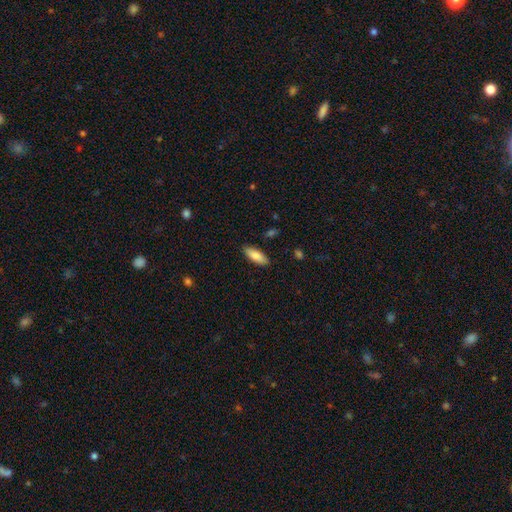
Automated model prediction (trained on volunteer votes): Smooth or featured?
  - smooth: 85% *
  - featured or disk: 9%
  - star or artifact: 6%
How rounded?
  - in between: 70% *
  - cigar-shaped: 28%
  - round: 2%
Merging?
  - none: 86% *
  - minor disturbance: 10%
  - major disturbance: 2%
  - merger: 1%